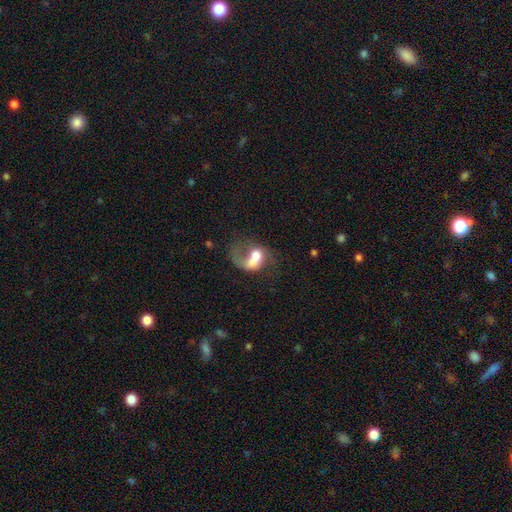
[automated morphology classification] The model was most divided on "merging": merger: 36%, major disturbance: 35%, none: 18%, minor disturbance: 11%. More confident: edge-on disk — no (97%); smooth or featured — featured or disk (51%).